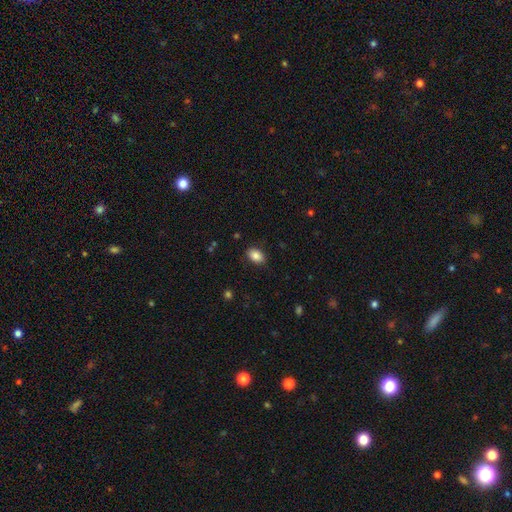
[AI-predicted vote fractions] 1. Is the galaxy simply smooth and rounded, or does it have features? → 86% smooth, 8% star or artifact, 6% featured or disk.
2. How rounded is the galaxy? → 86% in between, 13% round, 1% cigar-shaped.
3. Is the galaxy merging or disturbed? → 86% none, 11% minor disturbance, 2% major disturbance, 1% merger.